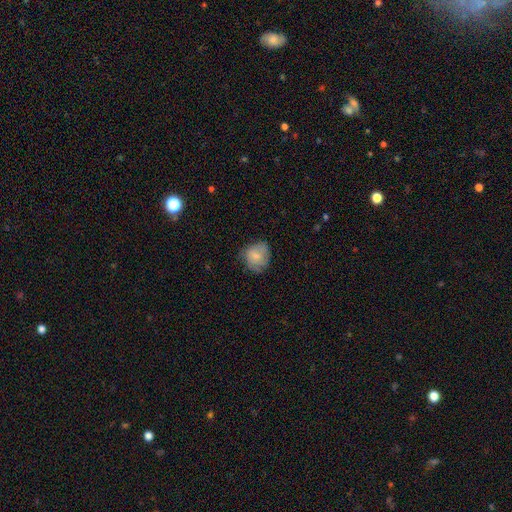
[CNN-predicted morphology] smooth 71%, featured or disk 22%, star or artifact 7%. Down the decision tree: how rounded — round (72%); merging — none (60%).